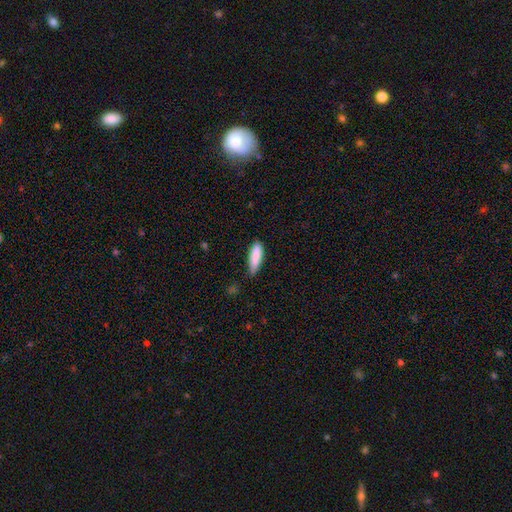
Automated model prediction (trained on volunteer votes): smooth-or-featured: smooth: 87% | featured or disk: 7% | star or artifact: 6%
  how-rounded: cigar-shaped: 57% | in between: 41% | round: 1%
  merging: none: 73% | minor disturbance: 23% | major disturbance: 3% | merger: 2%